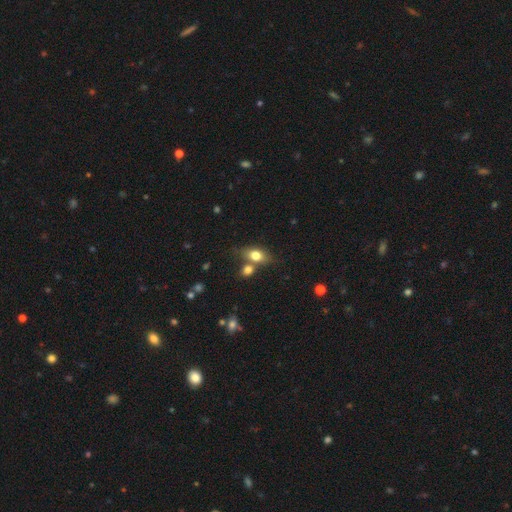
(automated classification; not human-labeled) Smooth or featured?
  - smooth: 77% *
  - featured or disk: 14%
  - star or artifact: 9%
How rounded?
  - in between: 79% *
  - round: 16%
  - cigar-shaped: 5%
Merging?
  - none: 57% *
  - merger: 25%
  - minor disturbance: 13%
  - major disturbance: 4%